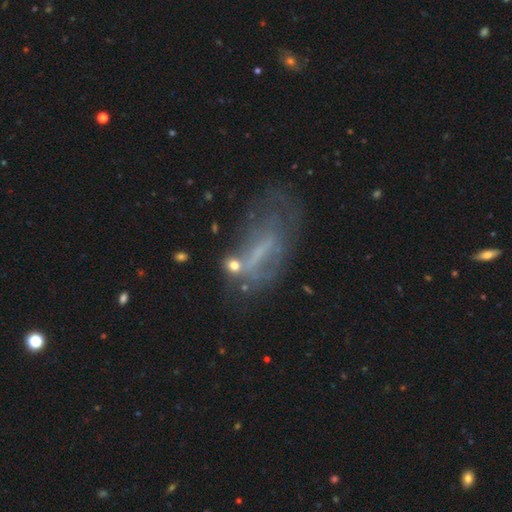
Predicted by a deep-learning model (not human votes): featured or disk 53%, smooth 31%, star or artifact 16%. Down the decision tree: edge-on disk — no (86%); merging — none (43%).